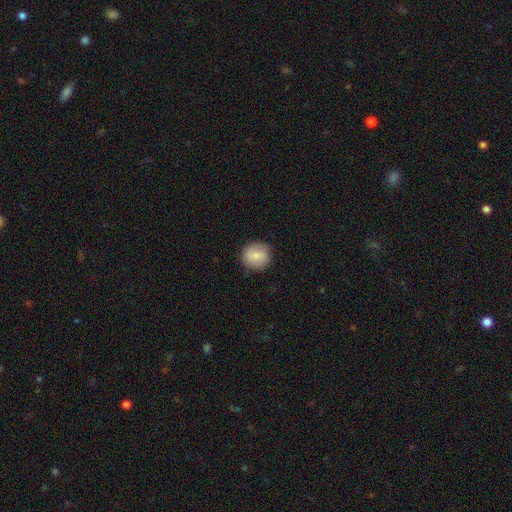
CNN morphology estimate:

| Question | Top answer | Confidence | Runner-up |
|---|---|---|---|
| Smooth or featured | smooth | 82% | featured or disk (11%) |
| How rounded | round | 85% | in between (14%) |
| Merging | none | 87% | minor disturbance (10%) |